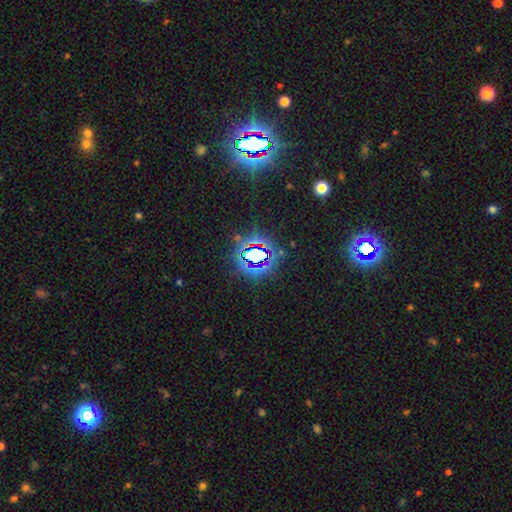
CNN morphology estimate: Q: Smooth or featured?
A: star or artifact (75%); runner-up: smooth (15%)